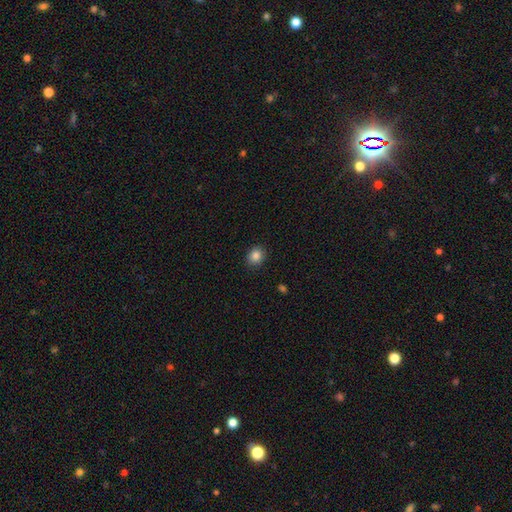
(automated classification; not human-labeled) smooth_or_featured: smooth (p=0.85) [alt: star or artifact p=0.10]
how_rounded: round (p=0.74) [alt: in between p=0.25]
merging: none (p=0.90) [alt: minor disturbance p=0.07]